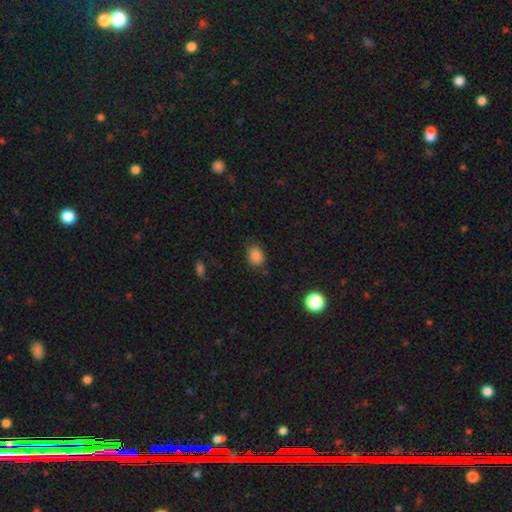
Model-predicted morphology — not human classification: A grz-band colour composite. It shows a smooth galaxy with no disk features (84%) that is in between round and cigar-shaped (57%). Merging: none (76%).